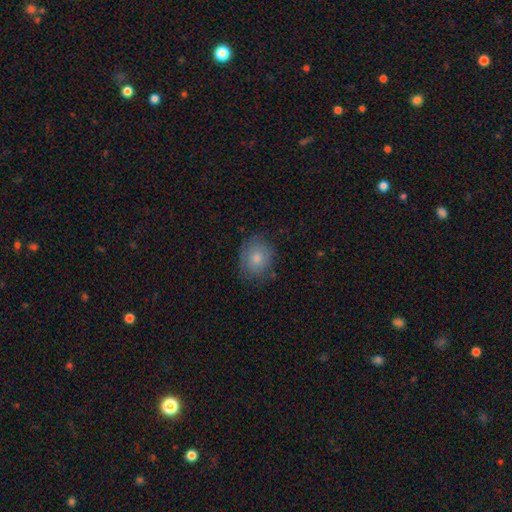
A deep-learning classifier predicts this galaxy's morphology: This is likely a smooth galaxy (73%). How rounded: likely round (63%). Merging: likely none (75%).